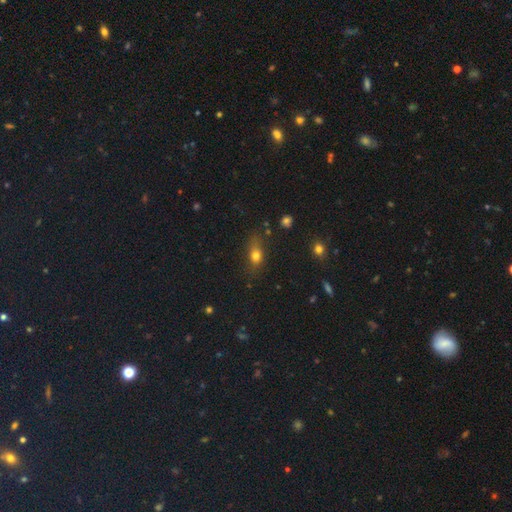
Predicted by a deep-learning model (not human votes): smooth 73%, star or artifact 15%, featured or disk 12%. Down the decision tree: how rounded — in between (62%); merging — none (65%).